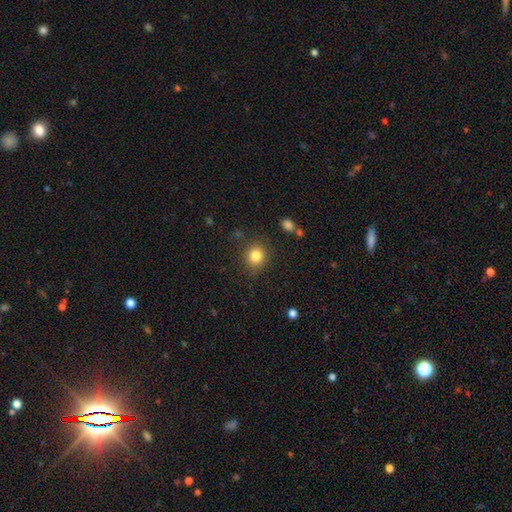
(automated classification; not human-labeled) The model was most divided on "how rounded": round: 83%, in between: 16%, cigar-shaped: 1%. More confident: merging — none (85%); smooth or featured — smooth (82%).